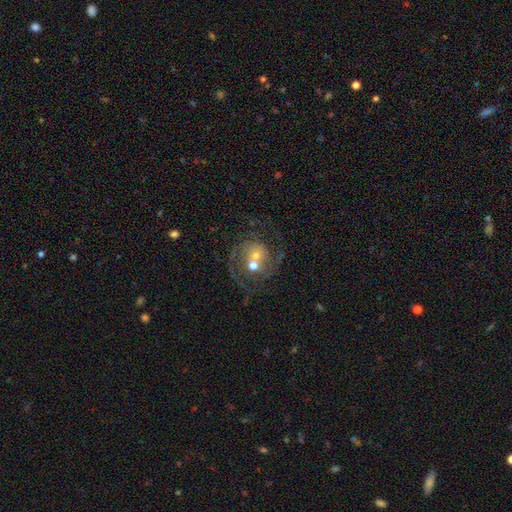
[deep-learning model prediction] This is likely a featured or disk galaxy (77%). It is clearly not viewed edge-on (98%). Bar: likely no (73%). Spiral arm pattern: clearly yes (89%). Spiral arm count: likely 2 (68%). Spiral winding: possibly medium (47%). Central bulge: possibly moderate (51%). Merging: marginally none (42%).